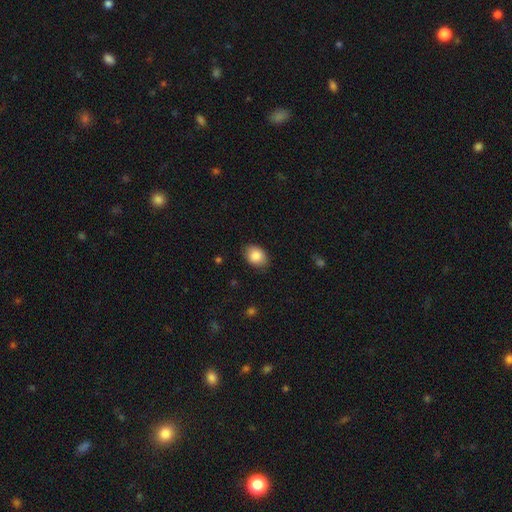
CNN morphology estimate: smooth_or_featured: smooth (p=0.86) [alt: star or artifact p=0.07]
how_rounded: in between (p=0.72) [alt: round p=0.27]
merging: none (p=0.81) [alt: minor disturbance p=0.15]